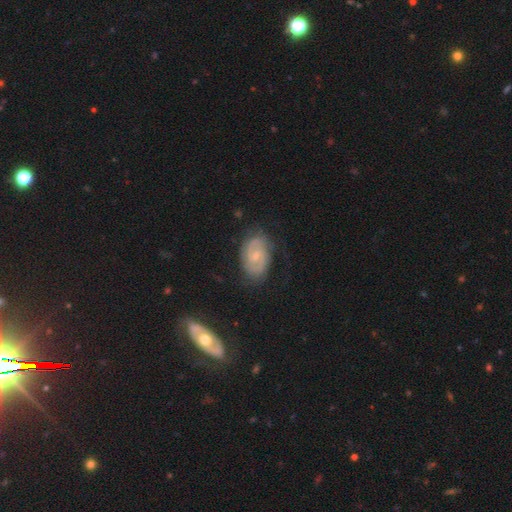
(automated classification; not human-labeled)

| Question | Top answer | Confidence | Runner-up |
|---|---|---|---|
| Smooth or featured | featured or disk | 76% | smooth (17%) |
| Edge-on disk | no | 97% | yes (3%) |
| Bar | no | 55% | weak (39%) |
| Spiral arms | yes | 90% | no (10%) |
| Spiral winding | tight | 53% | medium (36%) |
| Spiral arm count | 2 | 67% | can't tell (19%) |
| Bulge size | small | 66% | moderate (29%) |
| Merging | none | 76% | minor disturbance (18%) |